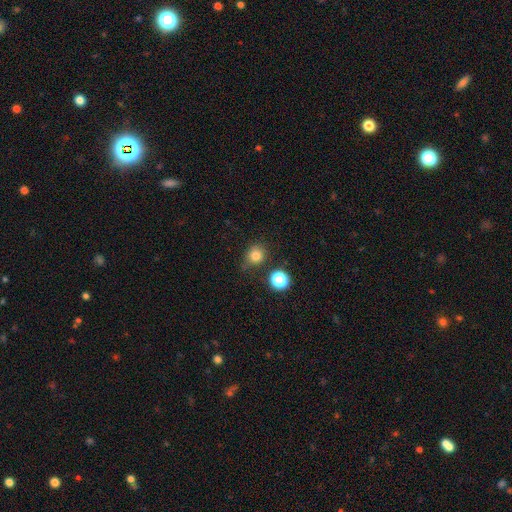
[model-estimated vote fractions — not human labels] The model was most divided on "merging": none: 70%, minor disturbance: 18%, merger: 6%, major disturbance: 5%. More confident: how rounded — round (81%); smooth or featured — smooth (79%).